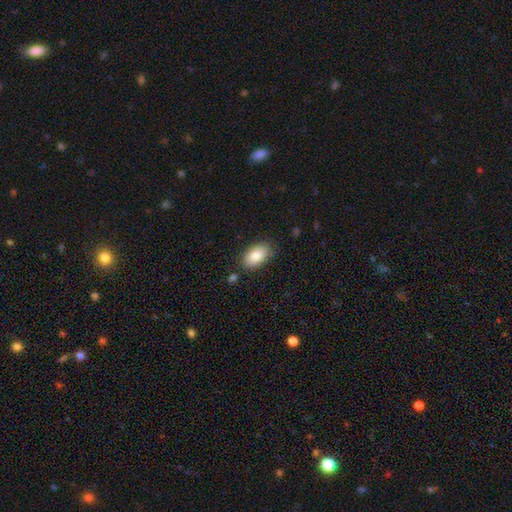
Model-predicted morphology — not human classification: Smooth or featured?
  - smooth: 85% *
  - featured or disk: 9%
  - star or artifact: 7%
How rounded?
  - in between: 93% *
  - round: 5%
  - cigar-shaped: 2%
Merging?
  - none: 82% *
  - minor disturbance: 12%
  - merger: 3%
  - major disturbance: 3%